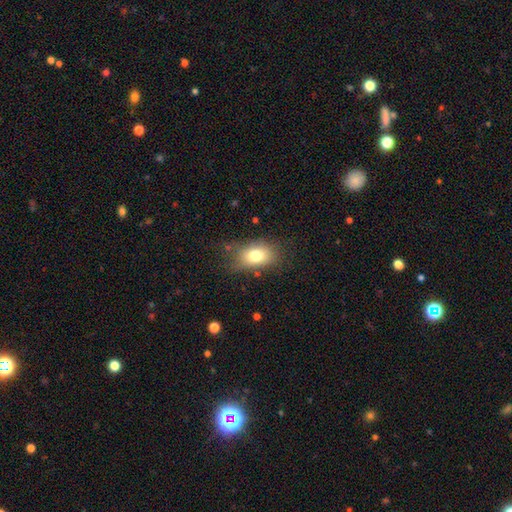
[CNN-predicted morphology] Smooth or featured?
  - smooth: 77% *
  - featured or disk: 13%
  - star or artifact: 10%
How rounded?
  - in between: 82% *
  - round: 17%
  - cigar-shaped: 2%
Merging?
  - none: 67% *
  - minor disturbance: 22%
  - major disturbance: 9%
  - merger: 2%